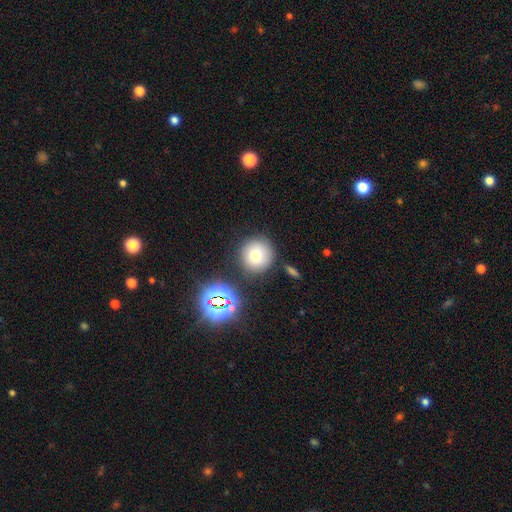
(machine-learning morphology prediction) Smooth or featured? smooth (72%)
How rounded? round (94%)
Merging? none (81%)